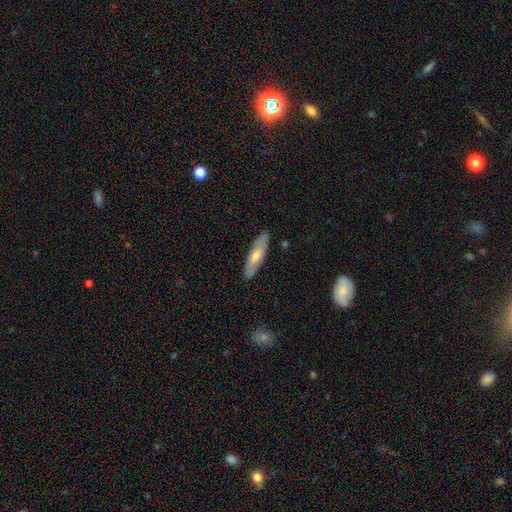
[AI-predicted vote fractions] Overall: featured or disk (49%; smooth 45%). Merging: none (86%).